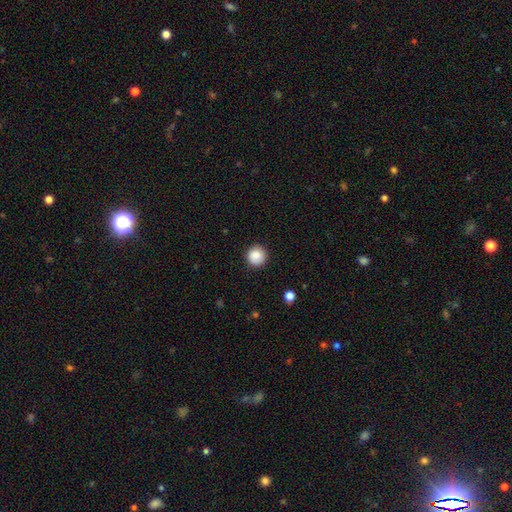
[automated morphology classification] smooth_or_featured: smooth (p=0.87) [alt: star or artifact p=0.09]
how_rounded: round (p=0.94) [alt: in between p=0.05]
merging: none (p=0.88) [alt: minor disturbance p=0.08]